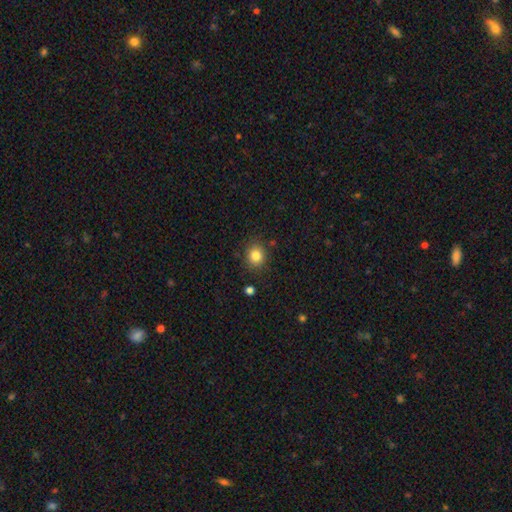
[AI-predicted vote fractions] The model was most divided on "how rounded": round: 79%, in between: 20%, cigar-shaped: 1%. More confident: merging — none (85%); smooth or featured — smooth (83%).